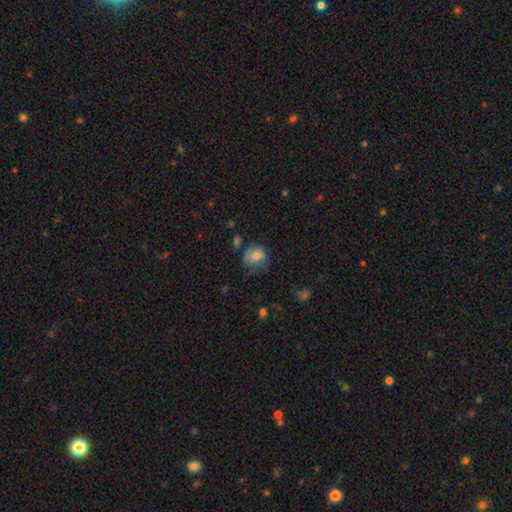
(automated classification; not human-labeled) This appears to be a smooth galaxy with no disk features (71%) that is round (60%). Merging: none (51%).